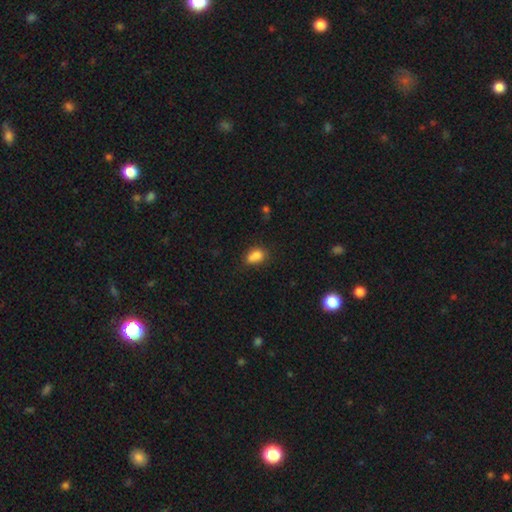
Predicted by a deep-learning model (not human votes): smooth_or_featured: smooth (p=0.78) [alt: star or artifact p=0.11]
how_rounded: in between (p=0.63) [alt: round p=0.35]
merging: none (p=0.40) [alt: merger p=0.32]